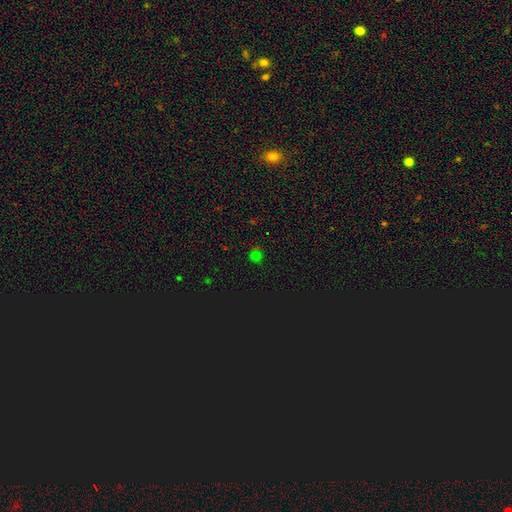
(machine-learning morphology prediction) Smooth or featured: smooth — 53% (star or artifact — 41%)
How rounded: round — 88% (in between — 11%)
Merging: none — 79% (minor disturbance — 13%)